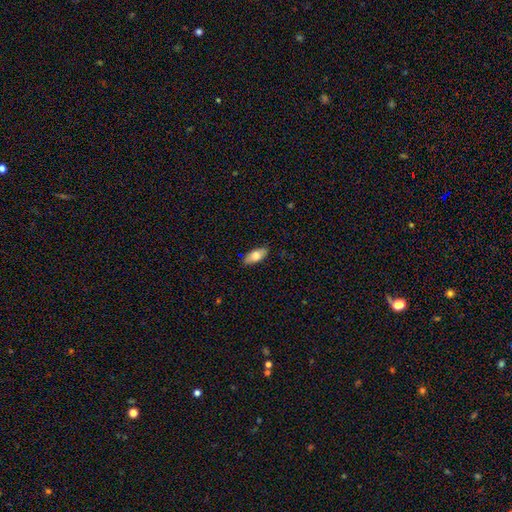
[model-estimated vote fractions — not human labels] Morphology: type=smooth (76%); roundness=in between (85%); merging=none (86%).